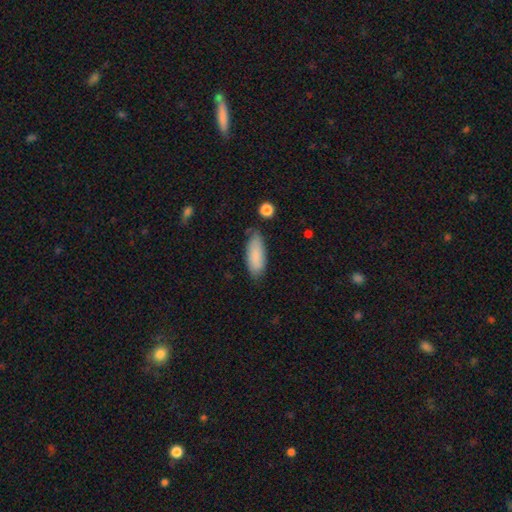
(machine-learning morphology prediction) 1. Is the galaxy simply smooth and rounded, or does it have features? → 86% smooth, 8% featured or disk, 6% star or artifact.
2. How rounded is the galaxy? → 76% in between, 22% cigar-shaped, 2% round.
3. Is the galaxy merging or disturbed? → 72% none, 21% minor disturbance, 4% major disturbance, 3% merger.